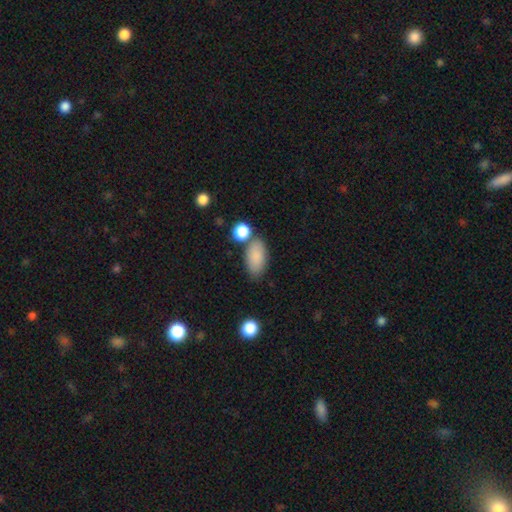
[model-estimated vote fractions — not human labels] This is clearly a smooth galaxy (86%). How rounded: clearly in between (92%). Merging: likely none (67%).